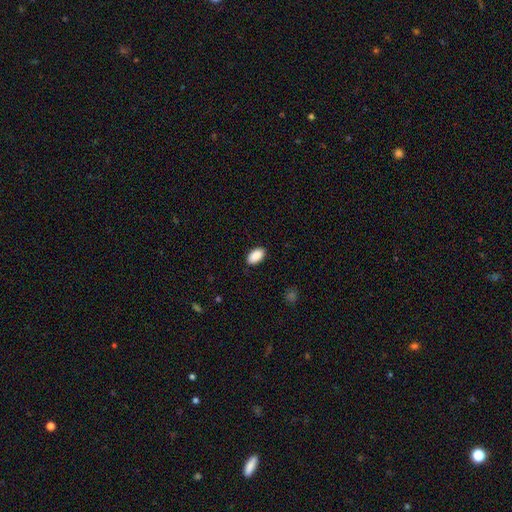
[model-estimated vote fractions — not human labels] This appears to be a smooth galaxy with no disk features (90%) that is in between round and cigar-shaped (94%). Merging: none (87%).